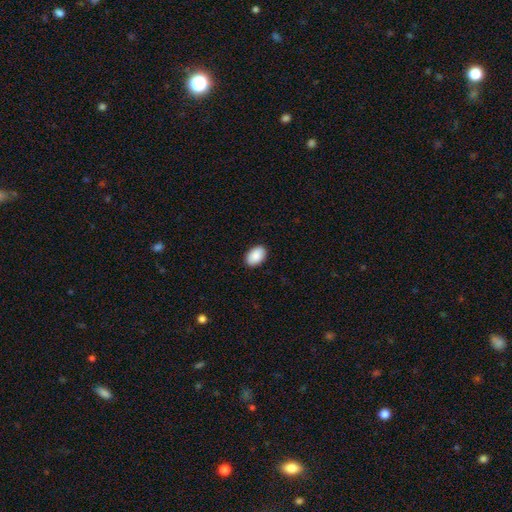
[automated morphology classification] Smooth or featured? Predicted: smooth (p=0.91). How rounded? Predicted: in between (p=0.90). Merging? Predicted: none (p=0.90).